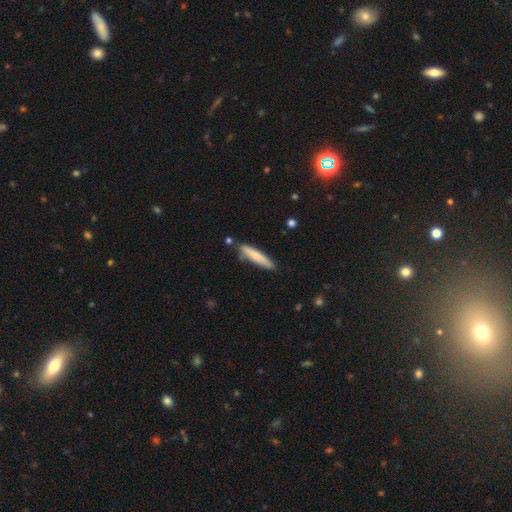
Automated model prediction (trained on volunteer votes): Smooth or featured: smooth — 72% (featured or disk — 22%)
How rounded: cigar-shaped — 87% (in between — 11%)
Merging: none — 78% (minor disturbance — 15%)